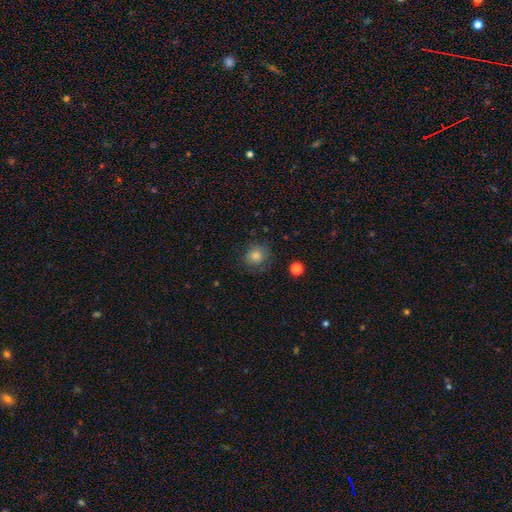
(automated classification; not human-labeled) A smooth galaxy with no disk features (78%) that is round (82%).

Vote fractions:
- Smooth or featured? smooth: 78% / star or artifact: 13% / featured or disk: 9%
- How rounded? round: 82% / in between: 17% / cigar-shaped: 1%
- Merging? none: 76% / minor disturbance: 17% / major disturbance: 6% / merger: 2%